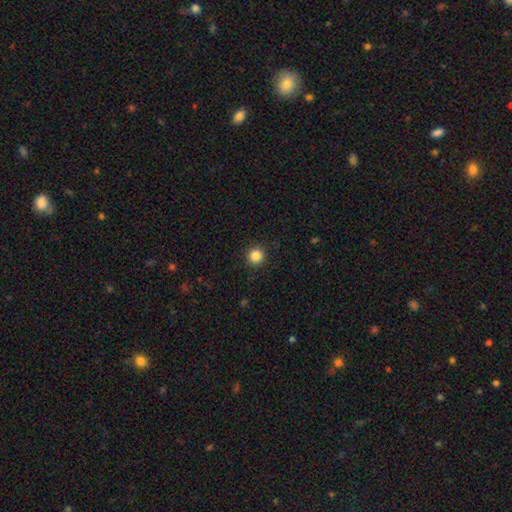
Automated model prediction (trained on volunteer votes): smooth-or-featured: smooth: 85% | star or artifact: 11% | featured or disk: 4%
  how-rounded: round: 95% | in between: 5% | cigar-shaped: 1%
  merging: none: 92% | minor disturbance: 5% | major disturbance: 2% | merger: 1%